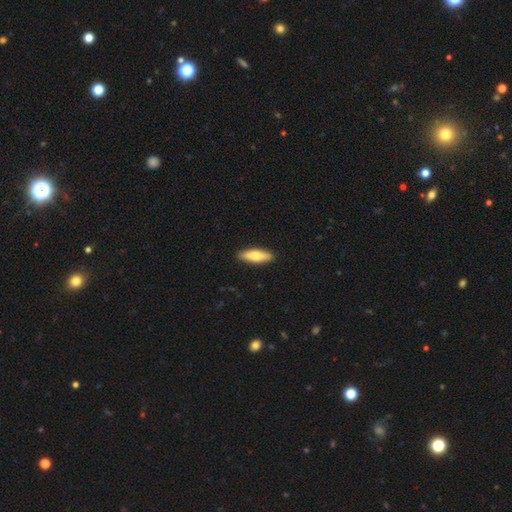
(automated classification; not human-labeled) smooth-or-featured: smooth: 74% | featured or disk: 21% | star or artifact: 5%
  how-rounded: cigar-shaped: 49% (tied) | in between: 49% (tied) | round: 2%
  merging: none: 90% | minor disturbance: 8% | major disturbance: 2% | merger: 1%